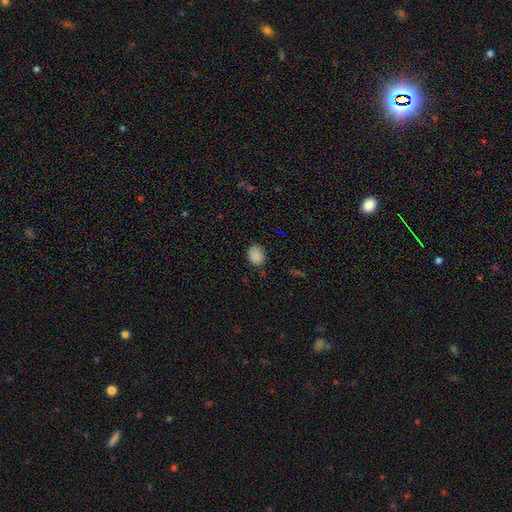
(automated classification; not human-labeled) A smooth galaxy with no disk features (85%) that is in between round and cigar-shaped (59%).

Vote fractions:
- Smooth or featured? smooth: 85% / star or artifact: 11% / featured or disk: 4%
- How rounded? in between: 59% / round: 41% / cigar-shaped: 1%
- Merging? none: 77% / minor disturbance: 18% / major disturbance: 3% / merger: 1%